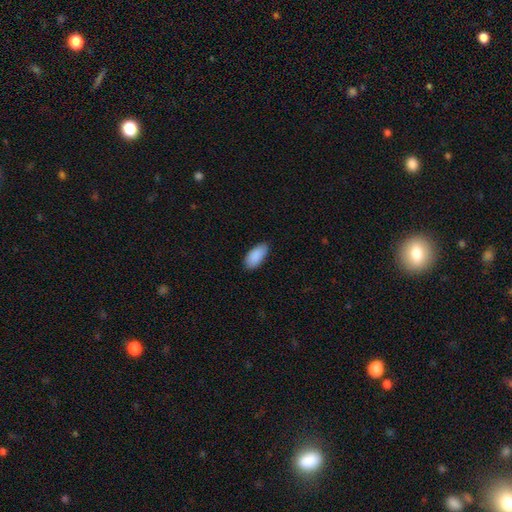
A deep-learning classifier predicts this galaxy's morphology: Q: Smooth or featured?
A: smooth (90%); runner-up: star or artifact (6%)
Q: How rounded?
A: in between (93%); runner-up: cigar-shaped (5%)
Q: Merging?
A: none (81%); runner-up: minor disturbance (15%)